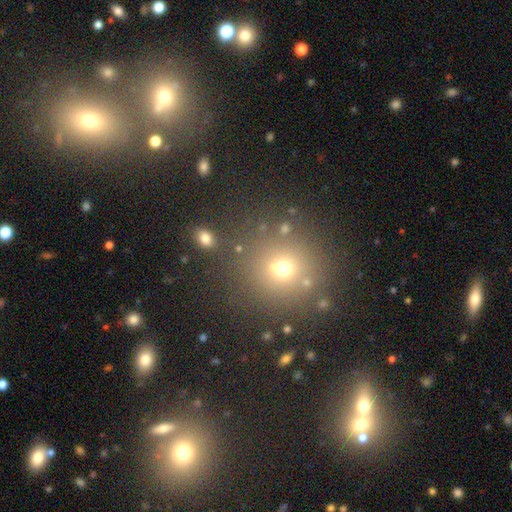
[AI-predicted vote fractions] Q: Smooth or featured?
A: smooth (50%); runner-up: star or artifact (39%)
Q: How rounded?
A: round (89%); runner-up: in between (10%)
Q: Merging?
A: none (80%); runner-up: merger (8%)